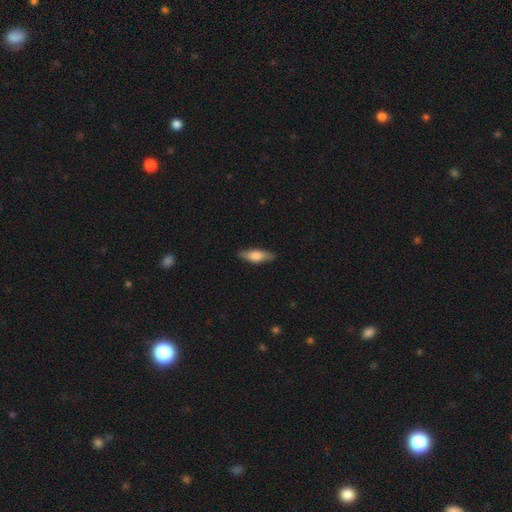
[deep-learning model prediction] The model was most divided on "how rounded": in between: 56%, cigar-shaped: 41%, round: 3%. More confident: merging — none (86%); smooth or featured — smooth (68%).